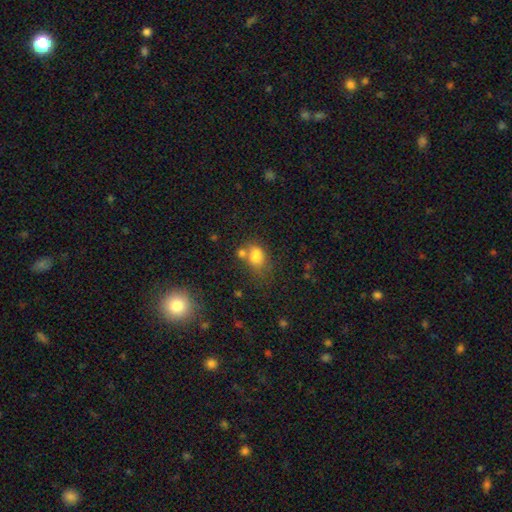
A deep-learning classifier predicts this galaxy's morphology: smooth-or-featured: smooth: 76% | star or artifact: 12% | featured or disk: 12%
  how-rounded: in between: 75% | round: 24% | cigar-shaped: 2%
  merging: merger: 35% | none: 33% | minor disturbance: 18% | major disturbance: 13%